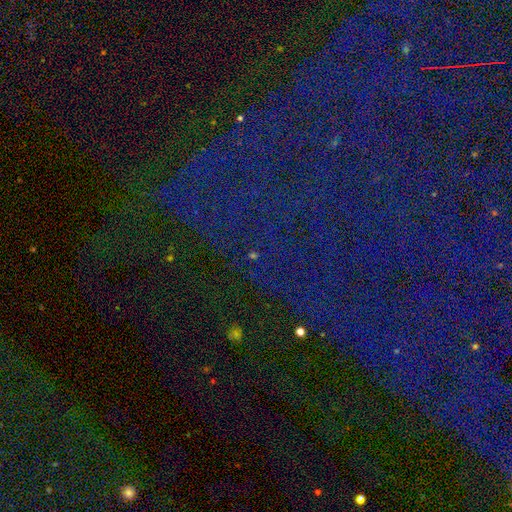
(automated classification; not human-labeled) smooth_or_featured: star or artifact (p=0.80) [alt: smooth p=0.11]